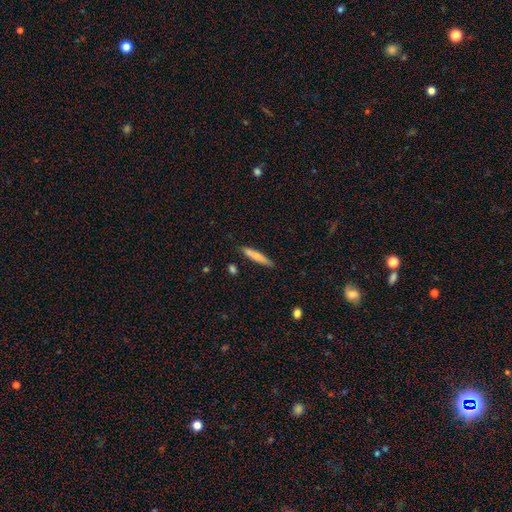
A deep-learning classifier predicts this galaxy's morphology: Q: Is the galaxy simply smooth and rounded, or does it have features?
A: smooth — 69%.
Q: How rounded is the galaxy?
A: cigar-shaped — 90%.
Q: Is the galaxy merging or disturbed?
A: none — 82%.